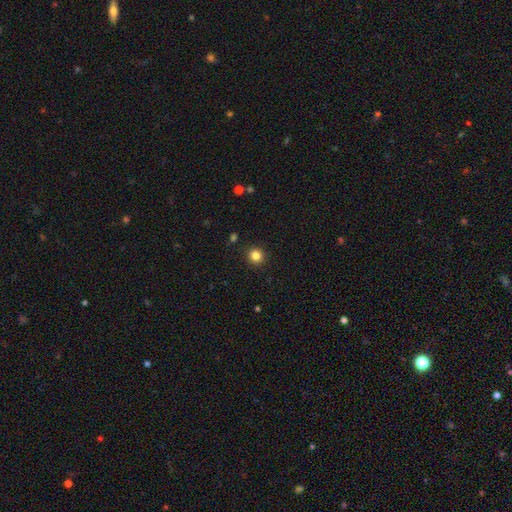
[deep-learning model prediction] smooth-or-featured: smooth: 84% | star or artifact: 12% | featured or disk: 4%
  how-rounded: round: 91% | in between: 8% | cigar-shaped: 1%
  merging: none: 91% | minor disturbance: 5% | major disturbance: 2% | merger: 1%